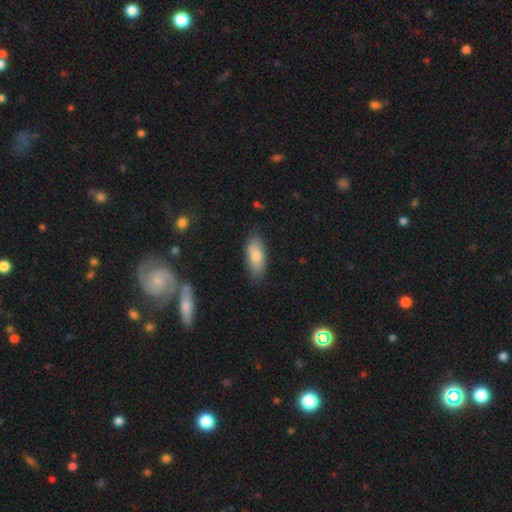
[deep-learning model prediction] The model was most divided on "smooth or featured": smooth: 73%, featured or disk: 20%, star or artifact: 7%. More confident: how rounded — in between (83%); merging — none (80%).